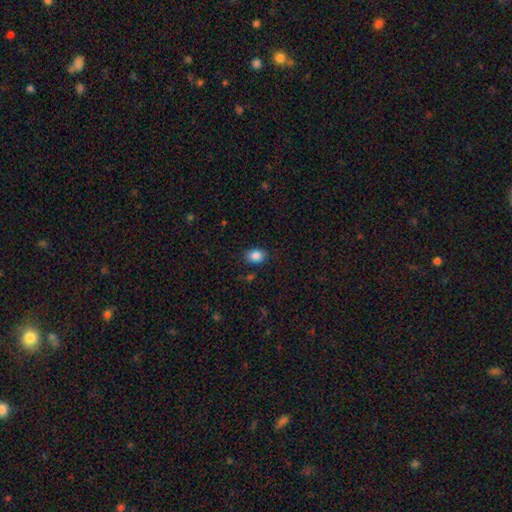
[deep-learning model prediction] Smooth or featured?
  - smooth: 87% *
  - star or artifact: 9%
  - featured or disk: 4%
How rounded?
  - in between: 66% *
  - round: 33%
  - cigar-shaped: 1%
Merging?
  - none: 85% *
  - minor disturbance: 11%
  - major disturbance: 3%
  - merger: 1%